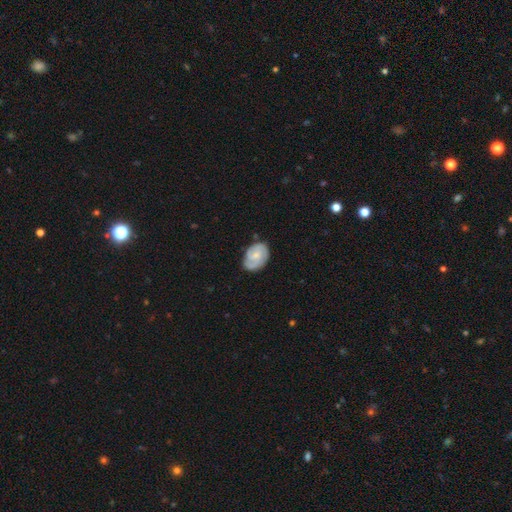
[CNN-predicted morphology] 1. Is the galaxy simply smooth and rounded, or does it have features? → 68% featured or disk, 26% smooth, 5% star or artifact.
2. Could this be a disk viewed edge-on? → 98% no, 2% yes.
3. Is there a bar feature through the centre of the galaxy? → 63% no, 33% weak, 5% strong.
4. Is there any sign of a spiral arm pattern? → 92% yes, 8% no.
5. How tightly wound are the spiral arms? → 54% tight, 35% medium, 10% loose.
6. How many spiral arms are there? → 47% 2, 21% can't tell, 21% 3, 5% 1, 3% 4, 3% more than 4.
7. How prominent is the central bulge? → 57% small, 34% moderate, 7% none, 2% large, 1% dominant.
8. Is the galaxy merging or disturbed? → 70% none, 22% minor disturbance, 6% major disturbance, 2% merger.